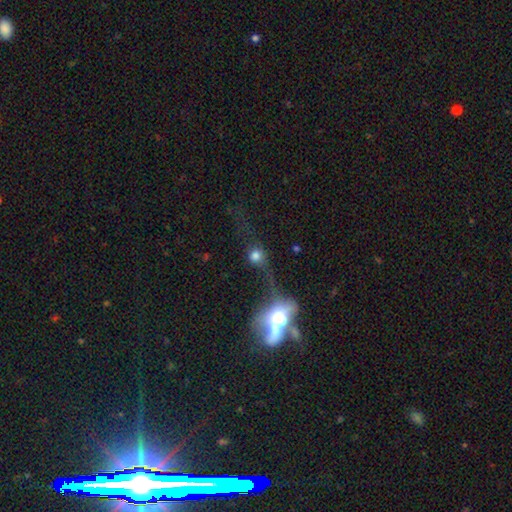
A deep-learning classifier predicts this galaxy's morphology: This is likely a smooth galaxy (62%). How rounded: clearly round (80%). Merging: marginally none (41%).